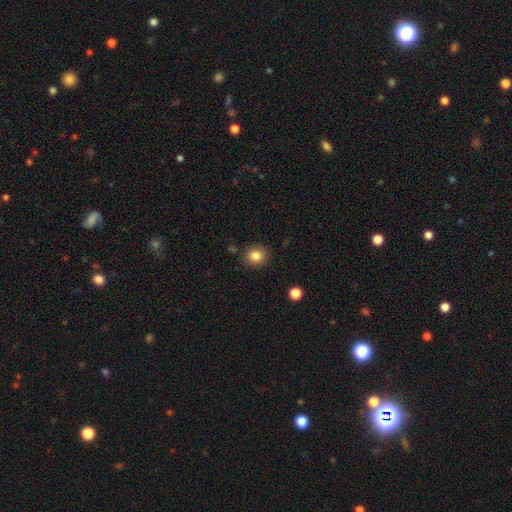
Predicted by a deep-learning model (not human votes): smooth-or-featured: smooth: 84% | star or artifact: 10% | featured or disk: 5%
  how-rounded: round: 80% | in between: 19% | cigar-shaped: 1%
  merging: none: 87% | minor disturbance: 9% | major disturbance: 2% | merger: 2%